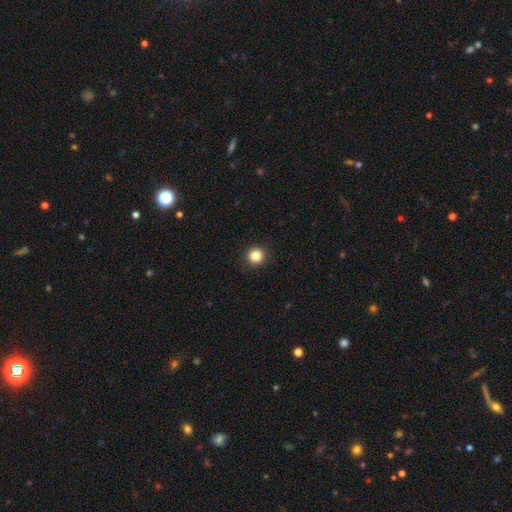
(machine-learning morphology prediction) smooth-or-featured: smooth: 84% | star or artifact: 11% | featured or disk: 4%
  how-rounded: round: 95% | in between: 4% | cigar-shaped: 1%
  merging: none: 93% | minor disturbance: 5% | major disturbance: 2% | merger: 1%